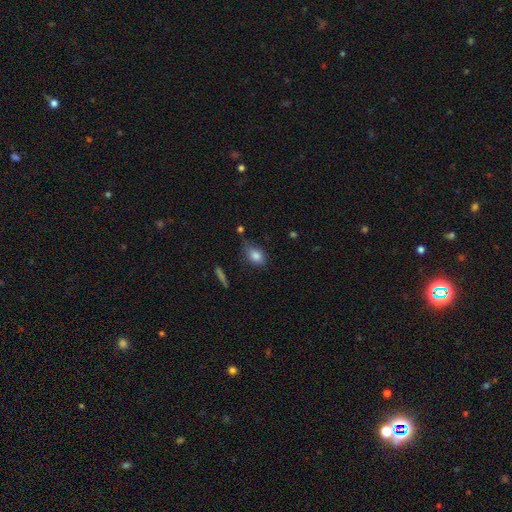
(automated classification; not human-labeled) Q: Smooth or featured?
A: smooth (83%); runner-up: star or artifact (9%)
Q: How rounded?
A: in between (75%); runner-up: round (22%)
Q: Merging?
A: none (62%); runner-up: minor disturbance (27%)